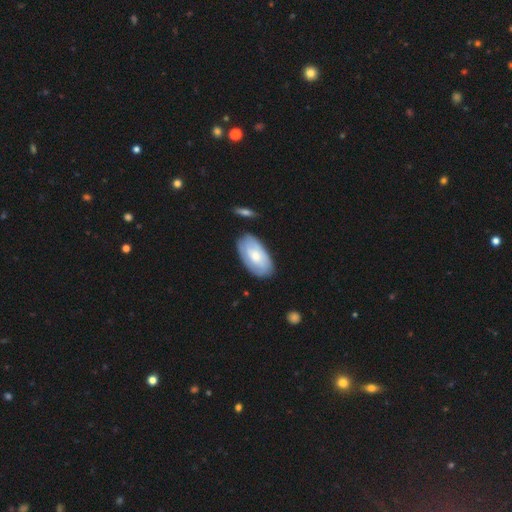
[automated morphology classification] Q: Smooth or featured?
A: smooth (54%); runner-up: featured or disk (41%)
Q: How rounded?
A: in between (94%); runner-up: round (4%)
Q: Merging?
A: none (77%); runner-up: minor disturbance (16%)